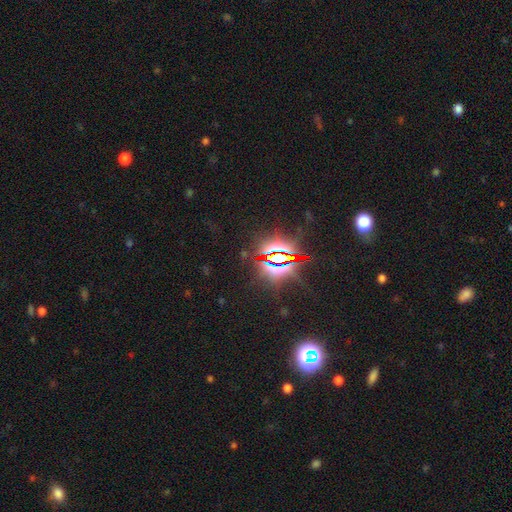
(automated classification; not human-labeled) Morphology: type=star or artifact (86%).